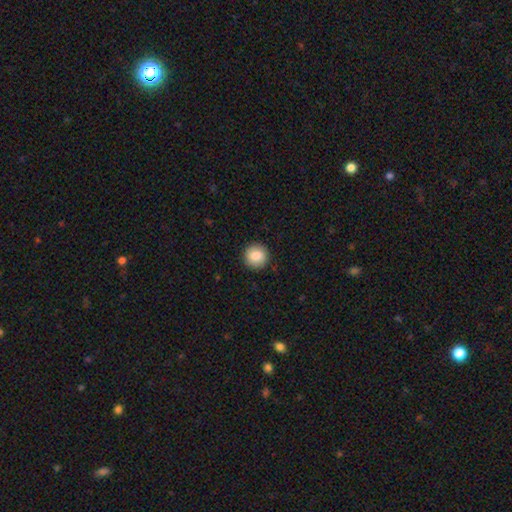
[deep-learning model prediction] Q: Smooth or featured?
A: smooth (85%); runner-up: star or artifact (8%)
Q: How rounded?
A: round (95%); runner-up: in between (4%)
Q: Merging?
A: none (92%); runner-up: minor disturbance (6%)